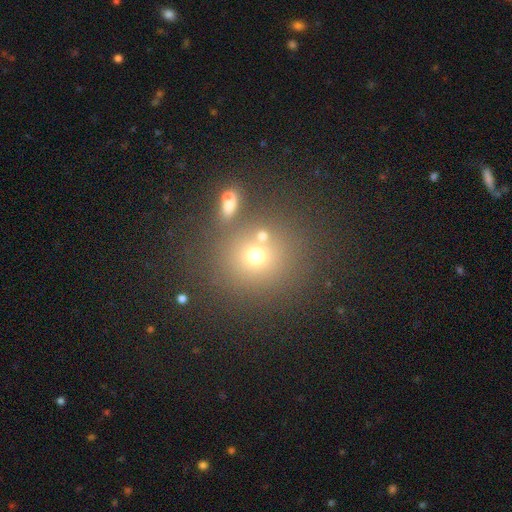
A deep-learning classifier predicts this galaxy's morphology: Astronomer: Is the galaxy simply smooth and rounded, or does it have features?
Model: smooth — 64%.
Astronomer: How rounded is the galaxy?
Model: round — 86%.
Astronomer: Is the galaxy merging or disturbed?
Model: none — 66%.